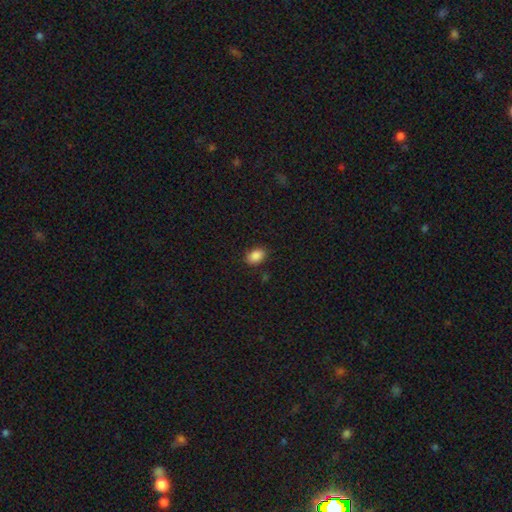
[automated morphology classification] Smooth or featured: smooth — 88% (star or artifact — 8%)
How rounded: in between — 82% (round — 17%)
Merging: none — 85% (minor disturbance — 11%)